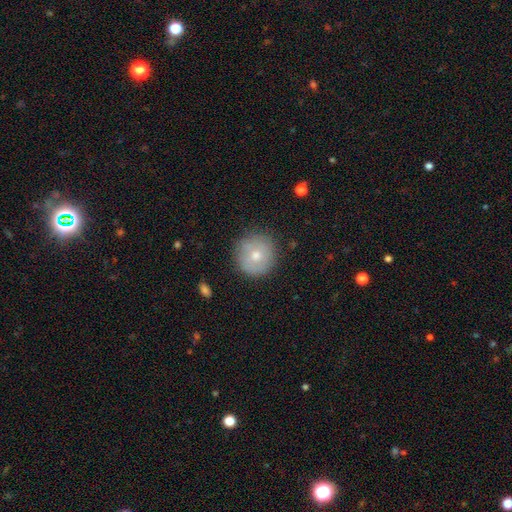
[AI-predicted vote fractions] Smooth or featured: smooth — 69% (featured or disk — 22%)
How rounded: round — 94% (in between — 5%)
Merging: none — 81% (minor disturbance — 13%)